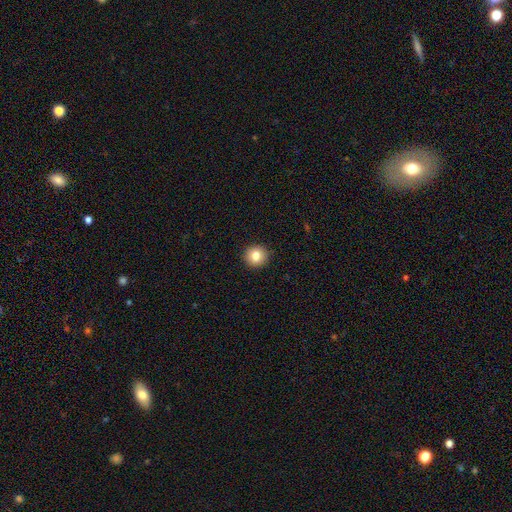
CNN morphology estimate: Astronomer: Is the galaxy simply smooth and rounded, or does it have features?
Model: smooth — 82%.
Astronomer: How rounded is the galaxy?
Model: round — 94%.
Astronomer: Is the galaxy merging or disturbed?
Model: none — 93%.